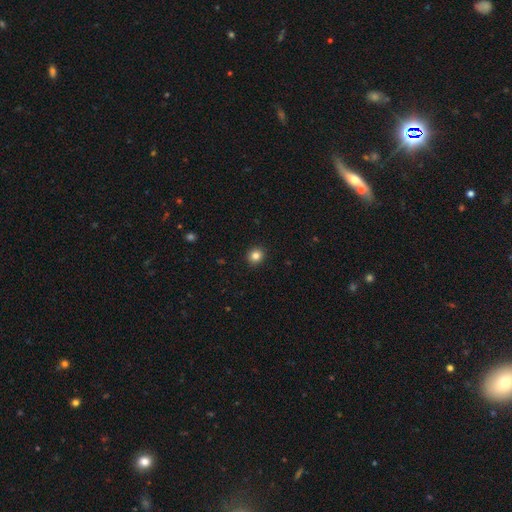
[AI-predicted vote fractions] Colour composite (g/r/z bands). It shows a smooth galaxy with no disk features (84%) that is round (86%). Merging: none (92%).